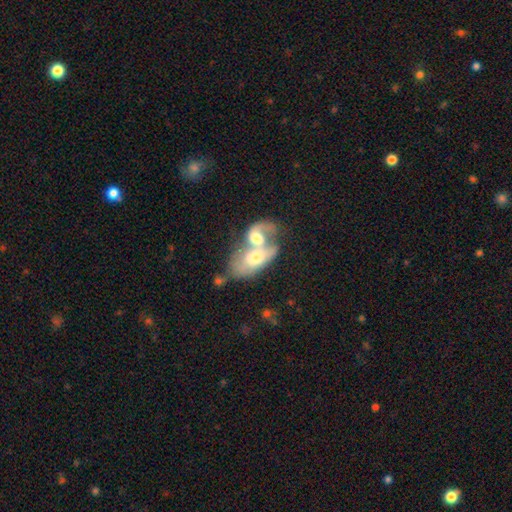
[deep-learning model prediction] Morphology: type=featured or disk (53%); edge-on=no (94%); merging=merger (82%).